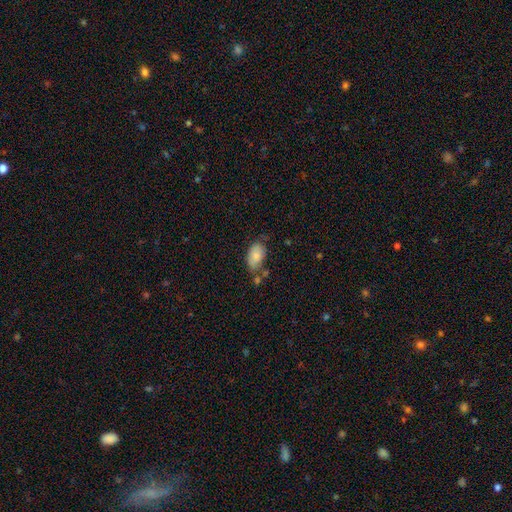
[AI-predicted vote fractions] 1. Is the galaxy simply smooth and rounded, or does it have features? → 81% smooth, 12% featured or disk, 7% star or artifact.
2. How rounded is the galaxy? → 93% in between, 6% round, 2% cigar-shaped.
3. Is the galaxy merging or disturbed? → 55% none, 26% minor disturbance, 12% merger, 7% major disturbance.